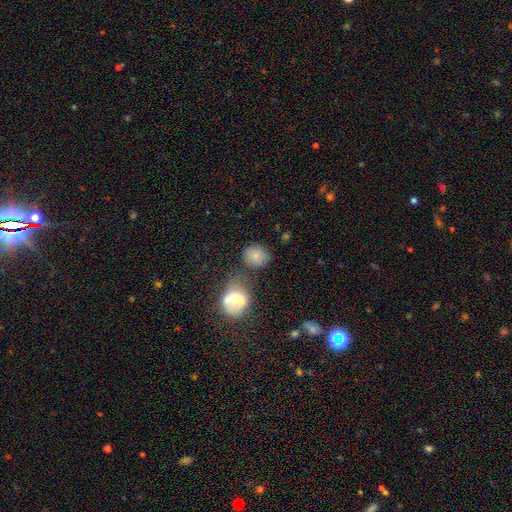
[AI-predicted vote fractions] Morphology: type=smooth (79%); roundness=round (71%); merging=none (64%).